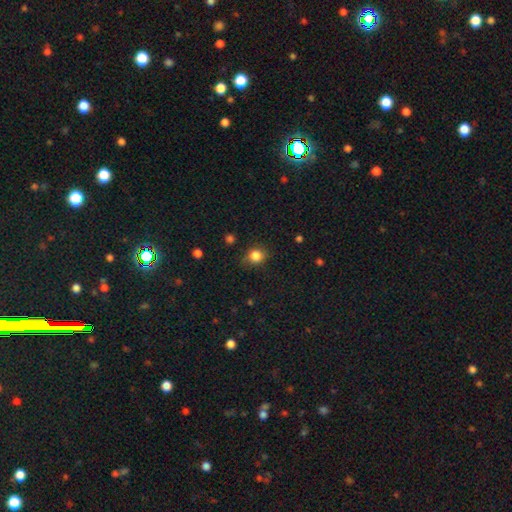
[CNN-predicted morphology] smooth-or-featured: smooth: 84% | star or artifact: 11% | featured or disk: 5%
  how-rounded: round: 75% | in between: 24% | cigar-shaped: 1%
  merging: none: 76% | minor disturbance: 18% | major disturbance: 5% | merger: 1%